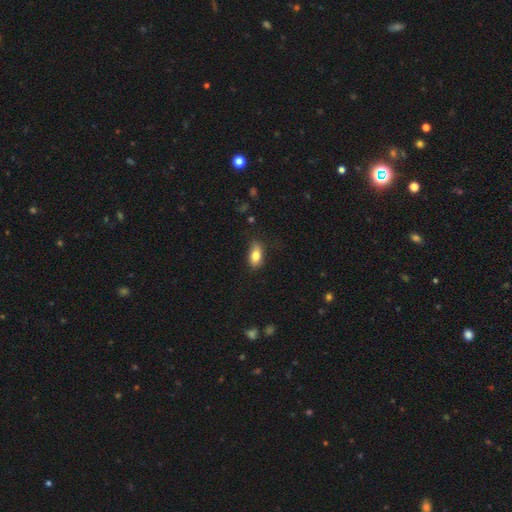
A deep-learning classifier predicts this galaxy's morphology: The model was most divided on "merging": none: 77%, minor disturbance: 18%, major disturbance: 4%, merger: 1%. More confident: how rounded — in between (89%); smooth or featured — smooth (81%).